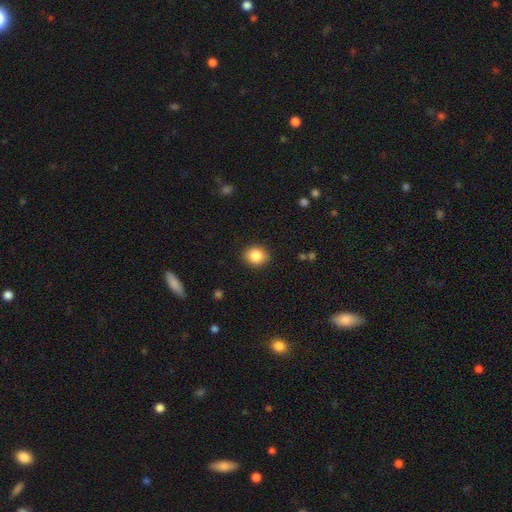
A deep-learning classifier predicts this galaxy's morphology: smooth 86%, star or artifact 9%, featured or disk 5%. Down the decision tree: how rounded — round (67%); merging — none (89%).